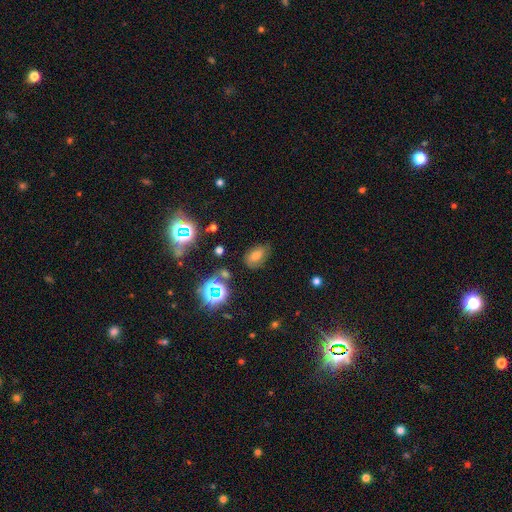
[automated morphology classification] This appears to be a smooth galaxy with no disk features (58%) that is in between round and cigar-shaped (83%). Merging: none (69%).